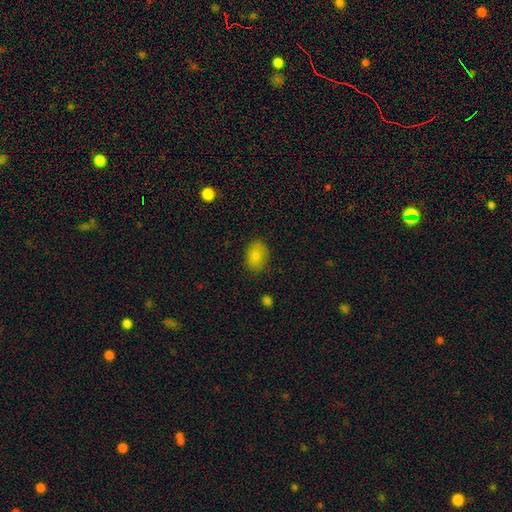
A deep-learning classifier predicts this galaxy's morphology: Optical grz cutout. It shows a smooth galaxy with no disk features (83%) that is in between round and cigar-shaped (75%). Merging: none (81%).